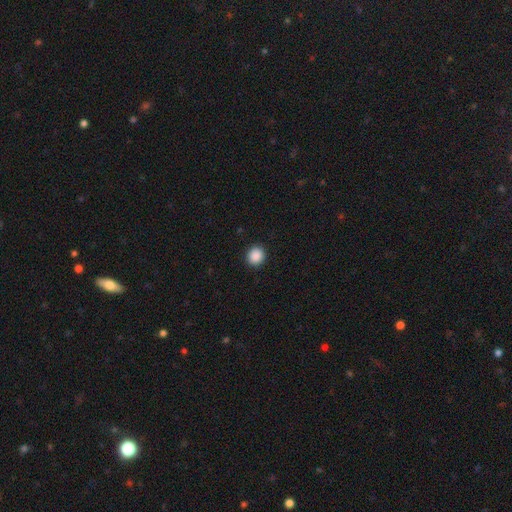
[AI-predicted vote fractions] This appears to be a smooth galaxy with no disk features (89%) that is round (86%). Merging: none (92%).